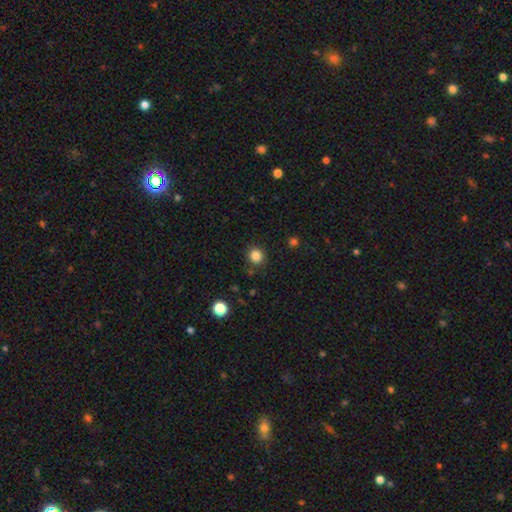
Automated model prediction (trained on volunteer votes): smooth-or-featured: smooth: 84% | star or artifact: 12% | featured or disk: 4%
  how-rounded: round: 89% | in between: 10% | cigar-shaped: 1%
  merging: none: 88% | minor disturbance: 7% | major disturbance: 2% | merger: 2%